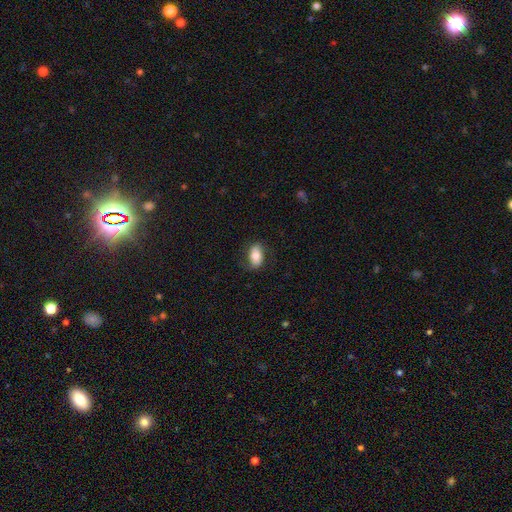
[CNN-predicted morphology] A smooth galaxy with no disk features (73%) that is in between round and cigar-shaped (91%).

Vote fractions:
- Smooth or featured? smooth: 73% / featured or disk: 20% / star or artifact: 7%
- How rounded? in between: 91% / round: 6% / cigar-shaped: 3%
- Merging? none: 76% / minor disturbance: 18% / major disturbance: 6% / merger: 1%